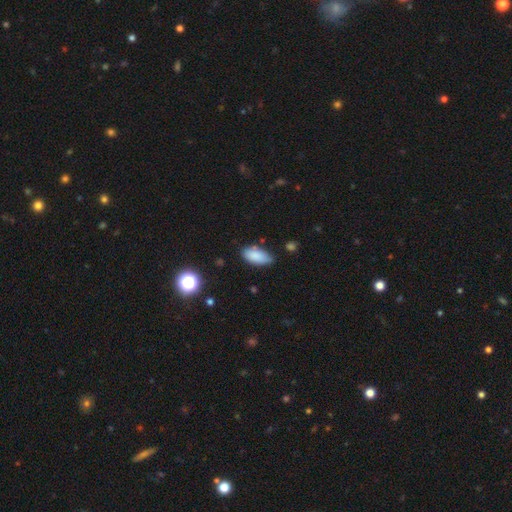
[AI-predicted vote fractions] smooth_or_featured: smooth (p=0.86) [alt: star or artifact p=0.08]
how_rounded: in between (p=0.90) [alt: cigar-shaped p=0.07]
merging: none (p=0.72) [alt: minor disturbance p=0.21]